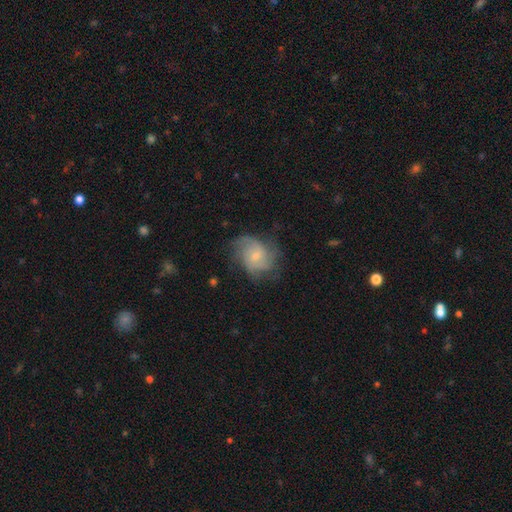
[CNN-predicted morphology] This appears to be a featured or disk galaxy (67%) with no bar (59%), medium (45%) spiral arms (90%) and a small central bulge (64%). Merging: none (61%).